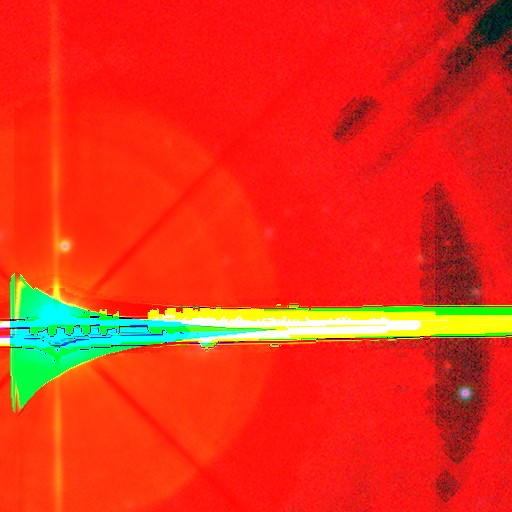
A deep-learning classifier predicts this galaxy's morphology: This appears to be a star or artifact, not a galaxy (87%).